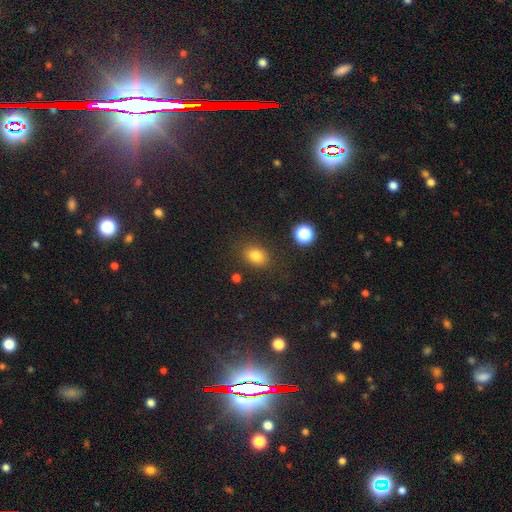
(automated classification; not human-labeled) A smooth galaxy with no disk features (80%) that is in between round and cigar-shaped (64%).

Vote fractions:
- Smooth or featured? smooth: 80% / star or artifact: 12% / featured or disk: 7%
- How rounded? in between: 64% / round: 34% / cigar-shaped: 1%
- Merging? none: 82% / minor disturbance: 11% / major disturbance: 4% / merger: 3%